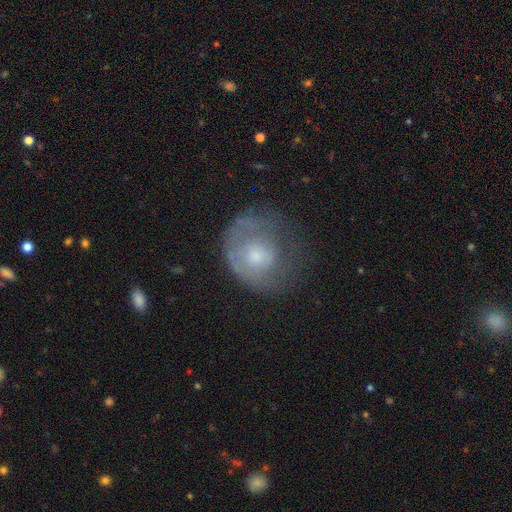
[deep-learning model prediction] featured or disk 51%, smooth 41%, star or artifact 8%. Down the decision tree: edge-on disk — no (97%); merging — none (41%).